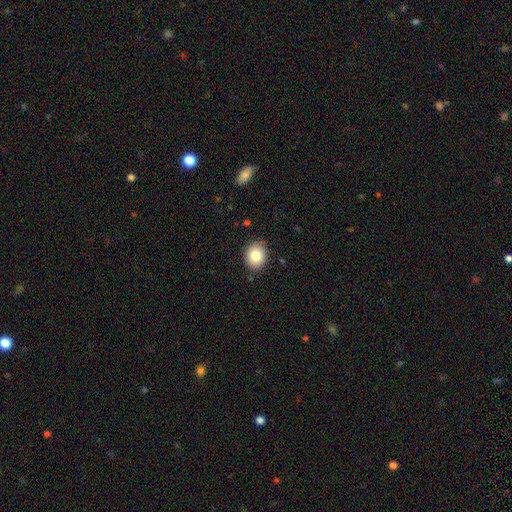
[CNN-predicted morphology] Smooth or featured? Predicted: smooth (p=0.82). How rounded? Predicted: round (p=0.62). Merging? Predicted: none (p=0.86).